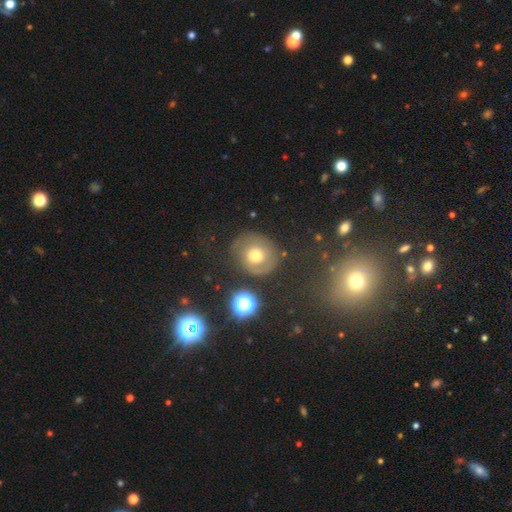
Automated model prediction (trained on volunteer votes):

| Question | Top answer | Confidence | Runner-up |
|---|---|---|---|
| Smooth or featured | smooth | 48% | featured or disk (37%) |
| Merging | none | 72% | minor disturbance (16%) |